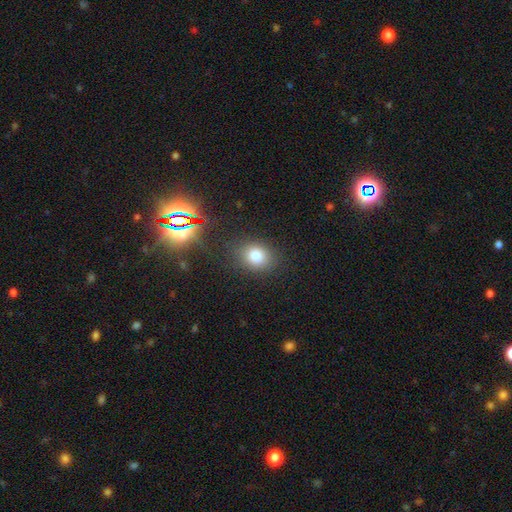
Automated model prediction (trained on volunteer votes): This appears to be a smooth galaxy with no disk features (79%) that is round (51%). Merging: none (83%).